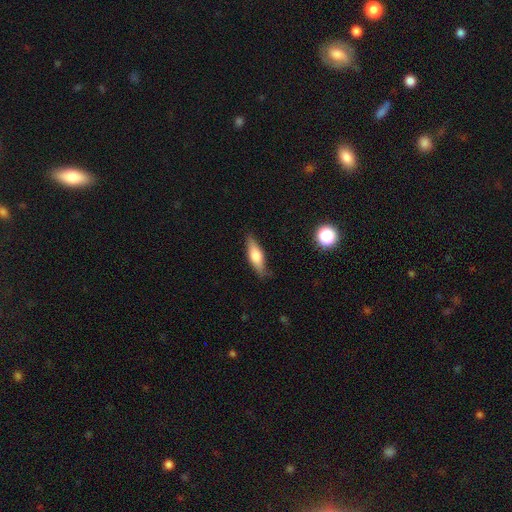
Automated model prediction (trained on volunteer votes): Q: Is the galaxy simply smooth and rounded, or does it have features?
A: smooth — 60%.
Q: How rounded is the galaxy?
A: cigar-shaped — 49%.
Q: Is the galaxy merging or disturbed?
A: none — 82%.